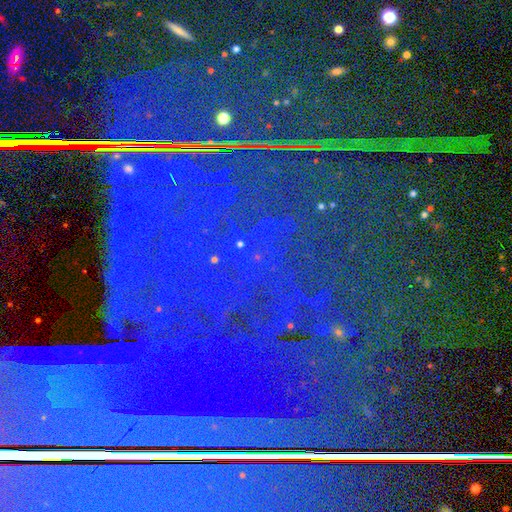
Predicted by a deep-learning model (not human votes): Smooth or featured? Predicted: star or artifact (p=0.86).